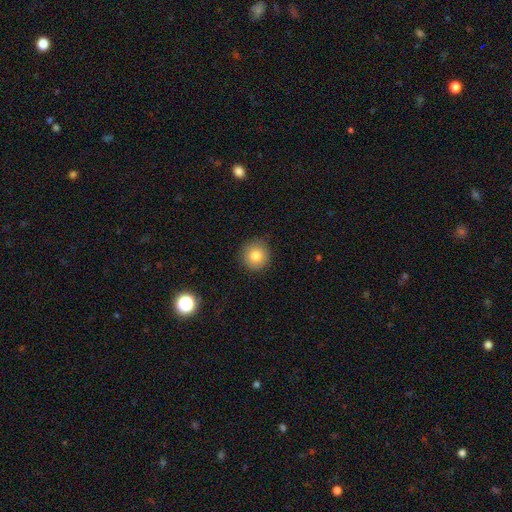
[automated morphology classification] Smooth or featured?
  - smooth: 82% *
  - star or artifact: 10%
  - featured or disk: 8%
How rounded?
  - round: 92% *
  - in between: 7%
  - cigar-shaped: 1%
Merging?
  - none: 86% *
  - minor disturbance: 10%
  - major disturbance: 2%
  - merger: 1%